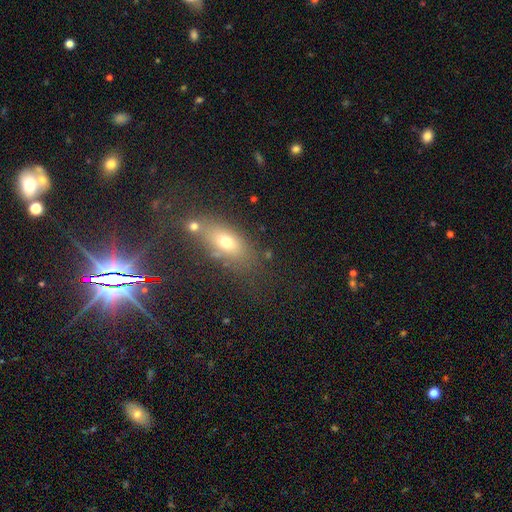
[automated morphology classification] Smooth or featured: smooth — 41% (star or artifact — 40%)
Merging: none — 72% (minor disturbance — 14%)